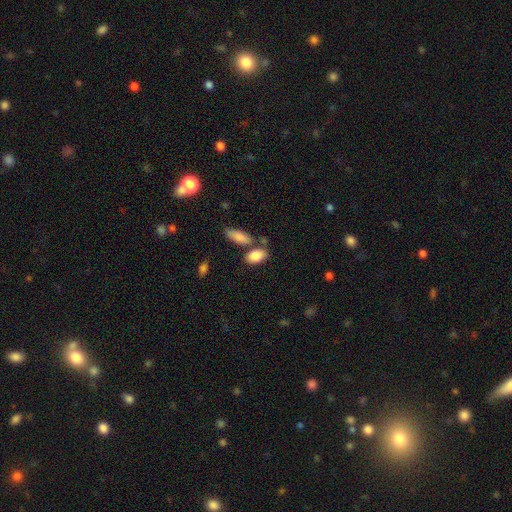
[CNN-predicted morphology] A smooth galaxy with no disk features (86%) that is in between round and cigar-shaped (90%). Merging: none (61%).